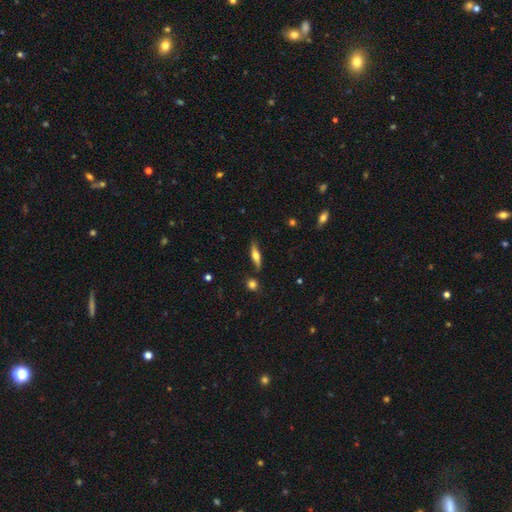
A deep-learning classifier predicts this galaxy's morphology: Overall: featured or disk (51%; smooth 42%). Edge-on disk: yes (91%). Merging: none (78%).